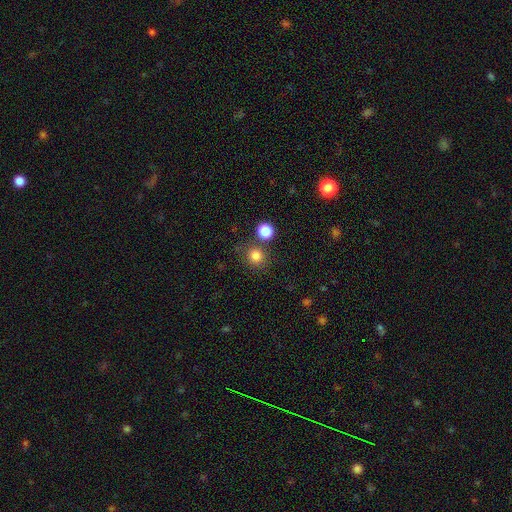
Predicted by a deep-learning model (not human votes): The model was most divided on "merging": none: 74%, merger: 13%, minor disturbance: 9%, major disturbance: 4%. More confident: how rounded — round (89%); smooth or featured — smooth (82%).